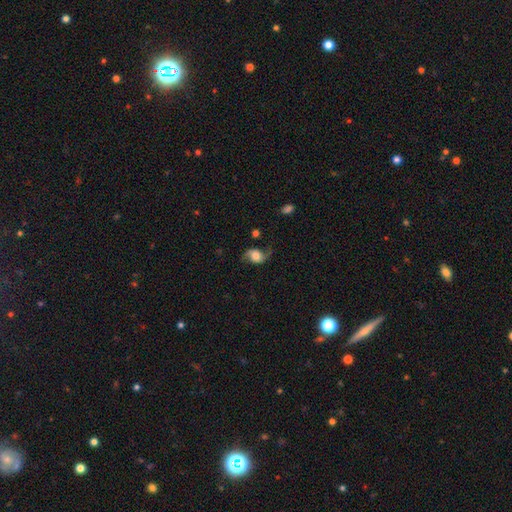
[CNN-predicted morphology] featured or disk 63%, smooth 28%, star or artifact 9%. Down the decision tree: edge-on disk — no (96%); bar — no (66%); spiral arms — yes (93%); spiral arm count — 2 (89%); spiral winding — loose (75%); bulge size — large (39%); merging — none (63%).